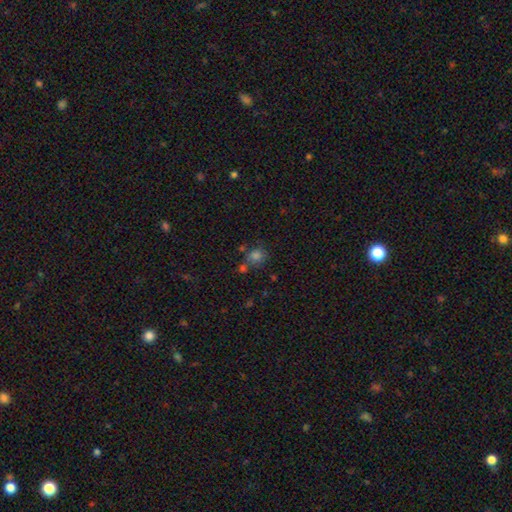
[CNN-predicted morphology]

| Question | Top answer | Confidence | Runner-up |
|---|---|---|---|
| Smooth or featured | smooth | 72% | star or artifact (19%) |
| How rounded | round | 79% | in between (20%) |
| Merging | none | 60% | merger (22%) |